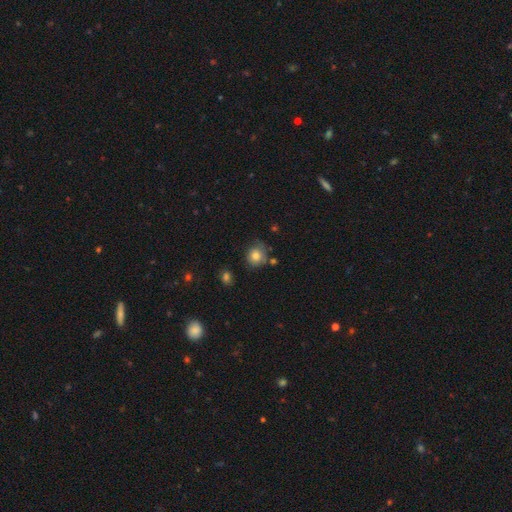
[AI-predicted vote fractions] This is likely a smooth galaxy (79%). How rounded: clearly round (83%). Merging: likely none (69%).